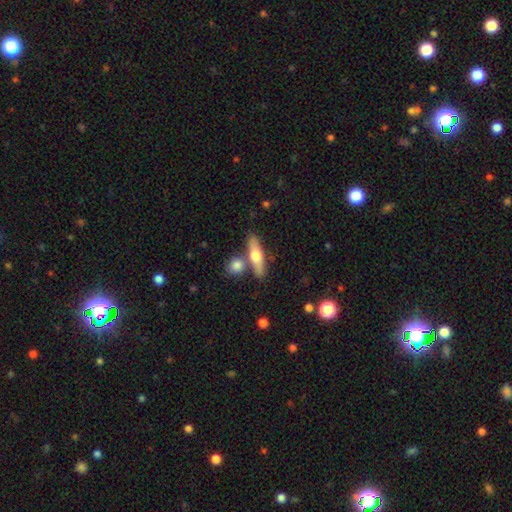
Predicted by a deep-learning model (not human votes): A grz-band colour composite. It shows a smooth galaxy with no disk features (51%) that is cigar-shaped (60%). Merging: none (66%).